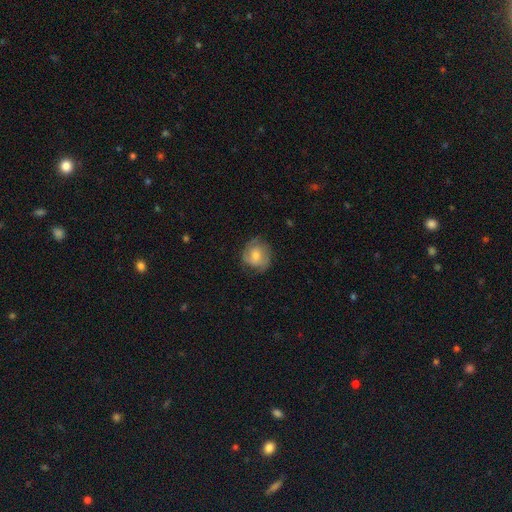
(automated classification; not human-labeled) Overall: smooth (52%; featured or disk 41%). How rounded: round (80%). Merging: none (69%).